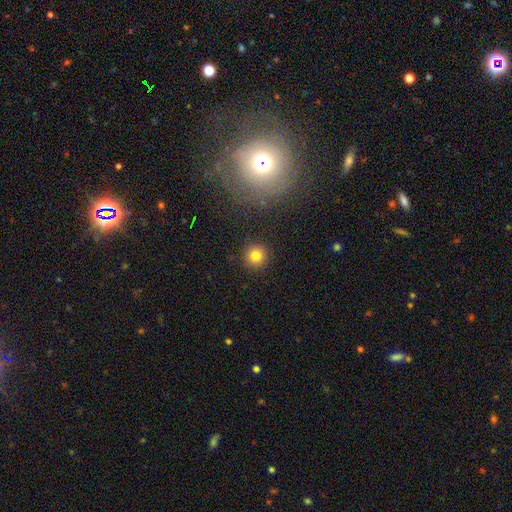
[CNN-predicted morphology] smooth-or-featured: smooth: 81% | star or artifact: 12% | featured or disk: 7%
  how-rounded: round: 95% | in between: 4% | cigar-shaped: 1%
  merging: none: 91% | minor disturbance: 6% | major disturbance: 2% | merger: 2%